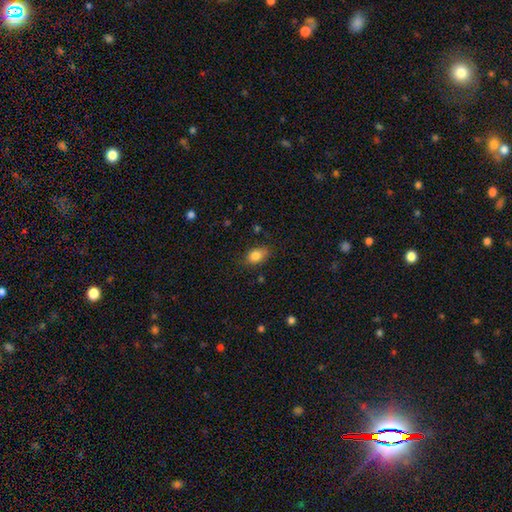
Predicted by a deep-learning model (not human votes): Morphology: type=smooth (84%); roundness=in between (78%); merging=none (74%).